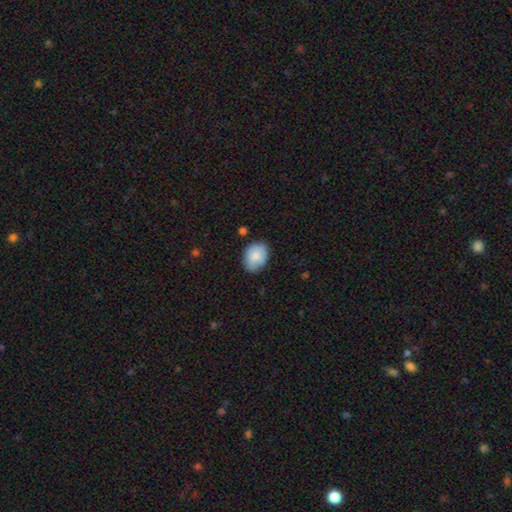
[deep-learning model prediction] Overall: smooth (83%). How rounded: in between (65%; round 34%). Merging: none (78%).